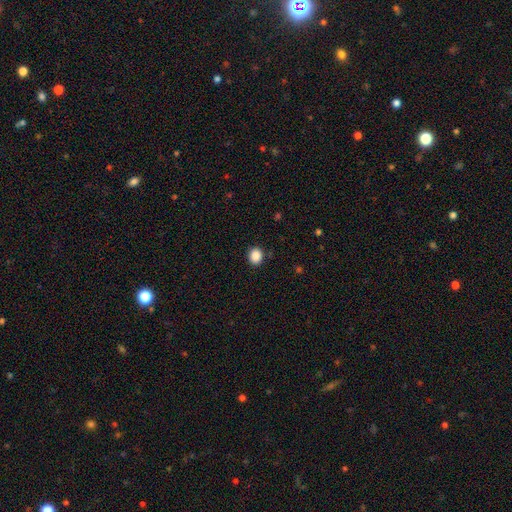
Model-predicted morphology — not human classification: Smooth or featured?
  - smooth: 88% *
  - star or artifact: 10%
  - featured or disk: 3%
How rounded?
  - round: 70% *
  - in between: 29%
  - cigar-shaped: 1%
Merging?
  - none: 89% *
  - minor disturbance: 7%
  - major disturbance: 2%
  - merger: 1%